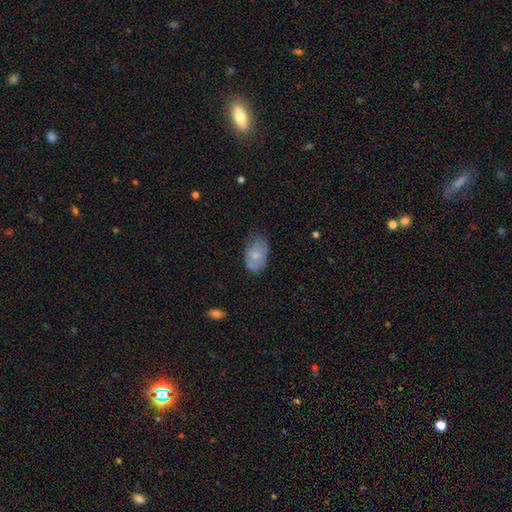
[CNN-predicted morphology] Overall: smooth (62%; featured or disk 30%). How rounded: in between (90%). Merging: none (49%; minor disturbance 37%).